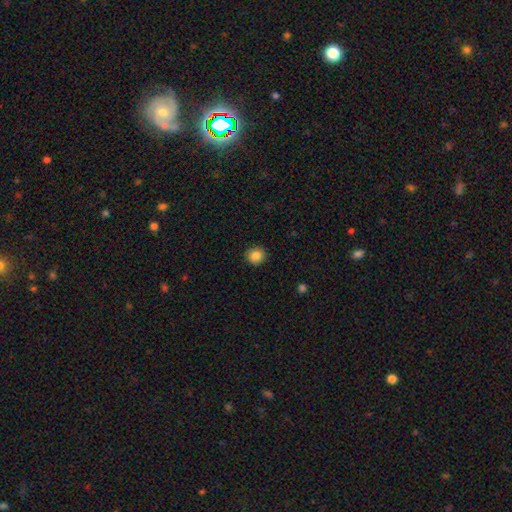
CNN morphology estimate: smooth 86%, star or artifact 10%, featured or disk 5%. Down the decision tree: how rounded — round (86%); merging — none (91%).